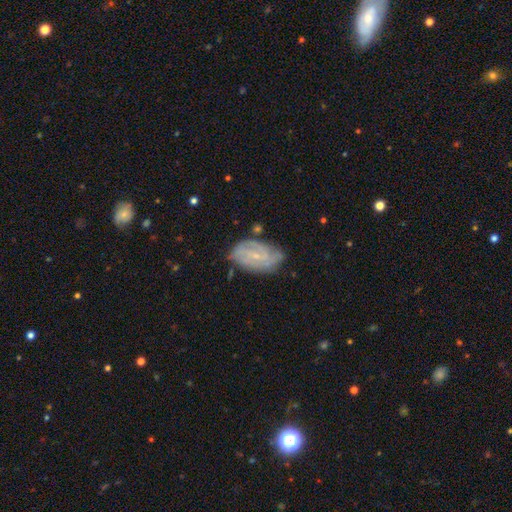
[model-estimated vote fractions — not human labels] A featured or disk galaxy (71%) with a weak bar (46%), tight (53%) spiral arms (86%) and a small central bulge (77%). Merging: none (63%).